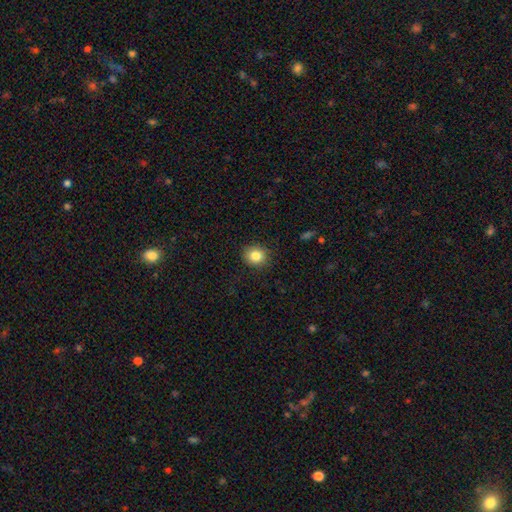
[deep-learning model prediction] A smooth galaxy with no disk features (84%) that is round (76%).

Vote fractions:
- Smooth or featured? smooth: 84% / star or artifact: 10% / featured or disk: 6%
- How rounded? round: 76% / in between: 23% / cigar-shaped: 1%
- Merging? none: 87% / minor disturbance: 9% / major disturbance: 2% / merger: 1%